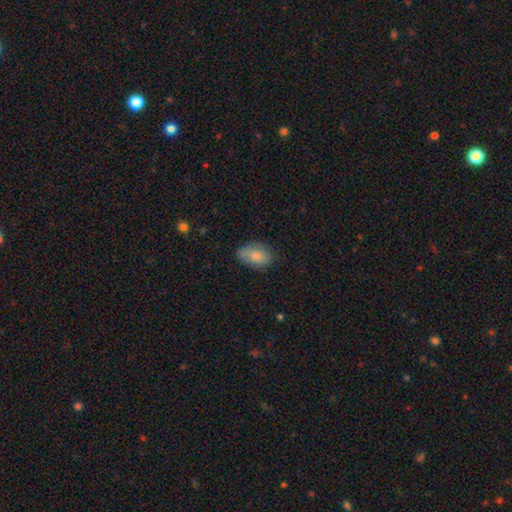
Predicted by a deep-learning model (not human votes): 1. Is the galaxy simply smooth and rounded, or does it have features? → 83% smooth, 10% featured or disk, 7% star or artifact.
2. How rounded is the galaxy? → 89% in between, 10% round, 2% cigar-shaped.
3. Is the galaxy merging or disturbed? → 69% none, 24% minor disturbance, 5% major disturbance, 2% merger.